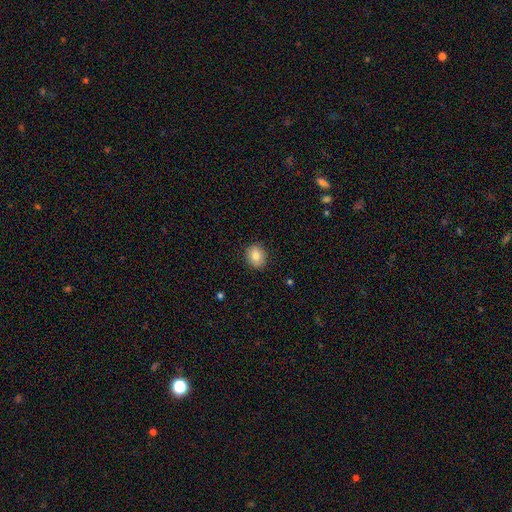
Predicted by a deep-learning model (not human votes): Smooth or featured? smooth (81%)
How rounded? round (69%)
Merging? none (89%)